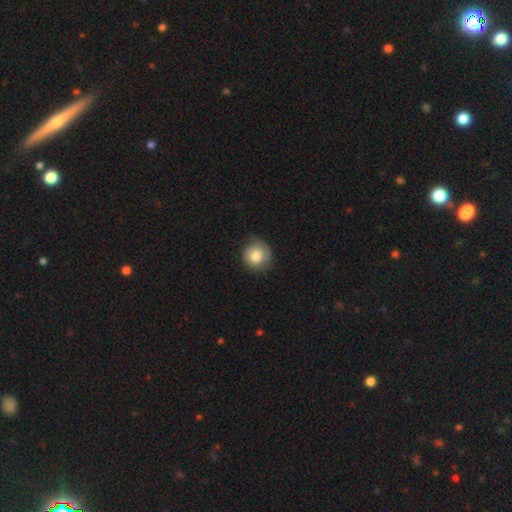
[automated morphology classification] This is clearly a smooth galaxy (81%). How rounded: clearly round (92%). Merging: likely none (74%).